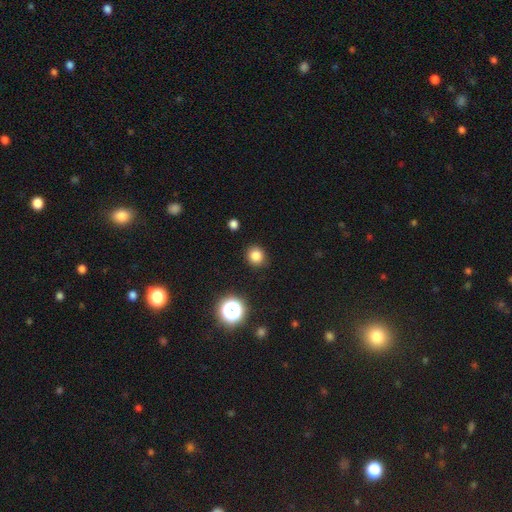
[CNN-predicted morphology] A smooth galaxy with no disk features (82%) that is round (86%).

Vote fractions:
- Smooth or featured? smooth: 82% / star or artifact: 14% / featured or disk: 5%
- How rounded? round: 86% / in between: 13% / cigar-shaped: 1%
- Merging? none: 89% / minor disturbance: 7% / major disturbance: 2% / merger: 1%